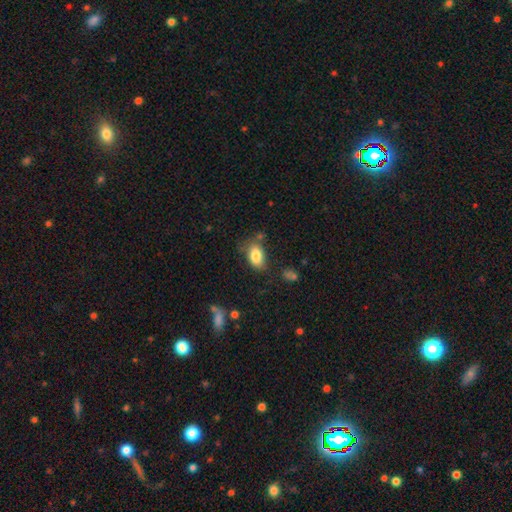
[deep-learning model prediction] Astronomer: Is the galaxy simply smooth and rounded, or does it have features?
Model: smooth — 82%.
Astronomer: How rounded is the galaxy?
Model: in between — 87%.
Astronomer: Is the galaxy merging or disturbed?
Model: none — 64%.